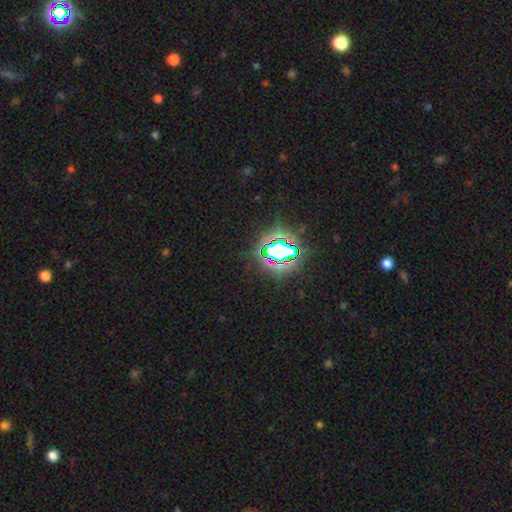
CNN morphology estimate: Overall: star or artifact (82%).